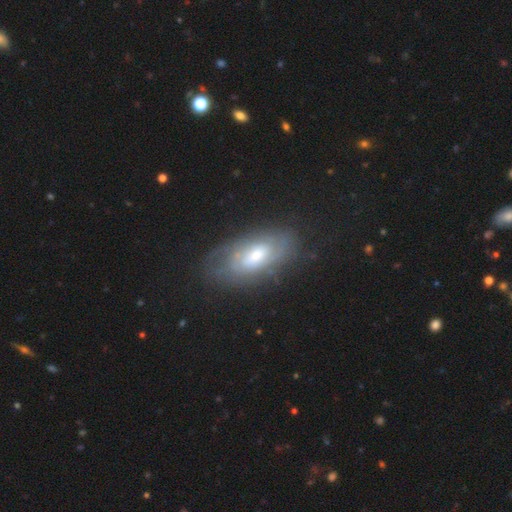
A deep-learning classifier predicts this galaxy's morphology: Smooth or featured?
  - featured or disk: 62% *
  - smooth: 31%
  - star or artifact: 7%
Edge-on disk?
  - no: 89% *
  - yes: 11%
Bar?
  - no: 62% *
  - weak: 31%
  - strong: 7%
Spiral arms?
  - yes: 73% *
  - no: 27%
Bulge size?
  - moderate: 56% *
  - small: 23%
  - large: 17%
  - none: 2%
  - dominant: 2%
Merging?
  - none: 70% *
  - minor disturbance: 20%
  - major disturbance: 8%
  - merger: 2%